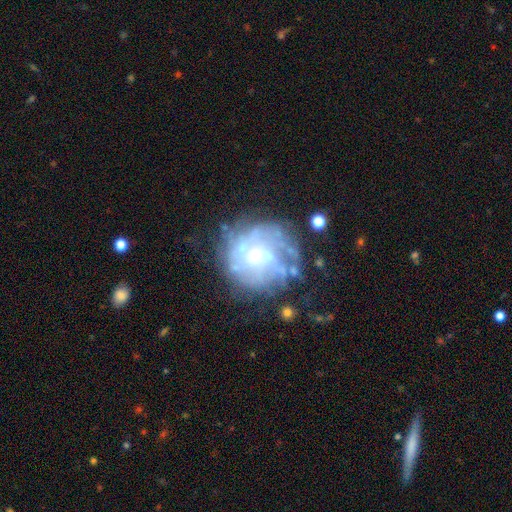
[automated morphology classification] Smooth or featured: featured or disk — 71% (smooth — 19%)
Edge-on disk: no — 98% (yes — 2%)
Bar: no — 77% (weak — 20%)
Spiral arms: yes — 57% (no — 43%)
Bulge size: moderate — 50% (small — 42%)
Merging: none — 62% (minor disturbance — 19%)